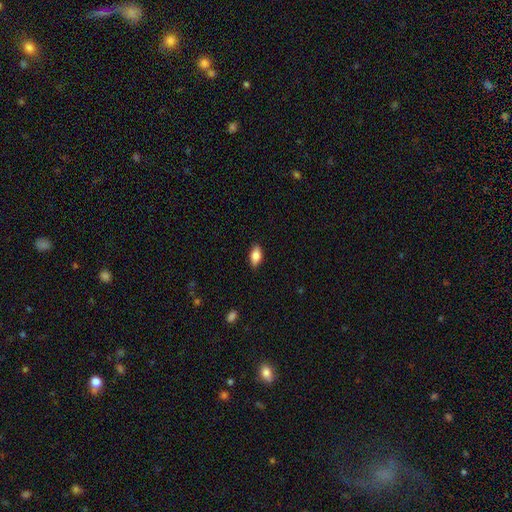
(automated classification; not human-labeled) Q: Smooth or featured?
A: smooth (80%); runner-up: featured or disk (13%)
Q: How rounded?
A: in between (88%); runner-up: cigar-shaped (8%)
Q: Merging?
A: none (86%); runner-up: minor disturbance (11%)